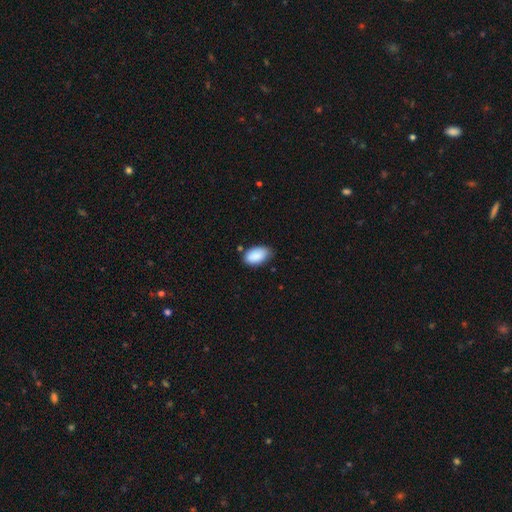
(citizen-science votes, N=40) This is clearly a smooth galaxy (95%). How rounded: clearly in between (100%). Merging: possibly minor disturbance (51%).